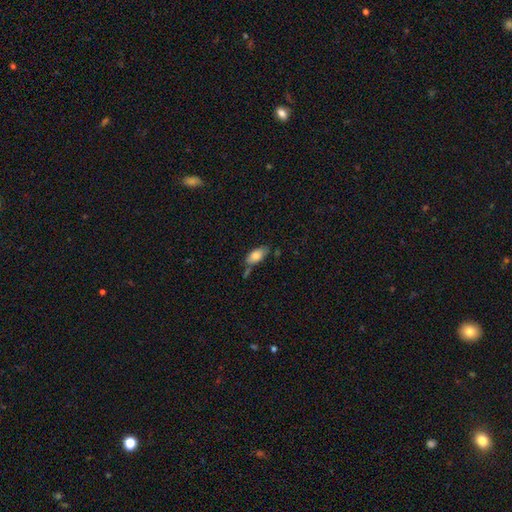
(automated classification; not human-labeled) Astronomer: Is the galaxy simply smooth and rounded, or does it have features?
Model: smooth — 79%.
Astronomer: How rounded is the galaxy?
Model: in between — 91%.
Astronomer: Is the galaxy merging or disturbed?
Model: none — 62%.